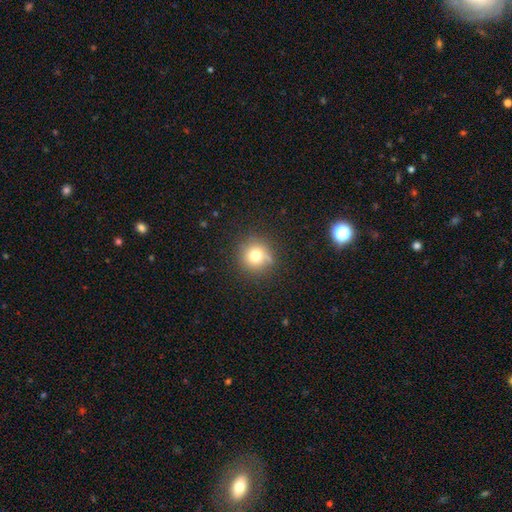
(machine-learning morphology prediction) A smooth galaxy with no disk features (72%) that is round (93%). Merging: none (81%).